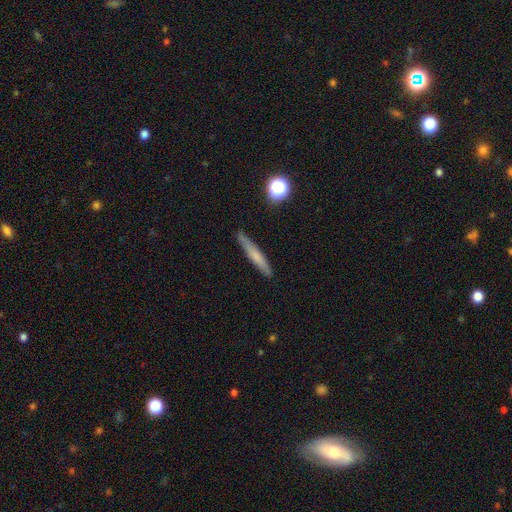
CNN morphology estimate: Smooth or featured? Predicted: smooth (p=0.61). How rounded? Predicted: cigar-shaped (p=0.93). Merging? Predicted: none (p=0.87).